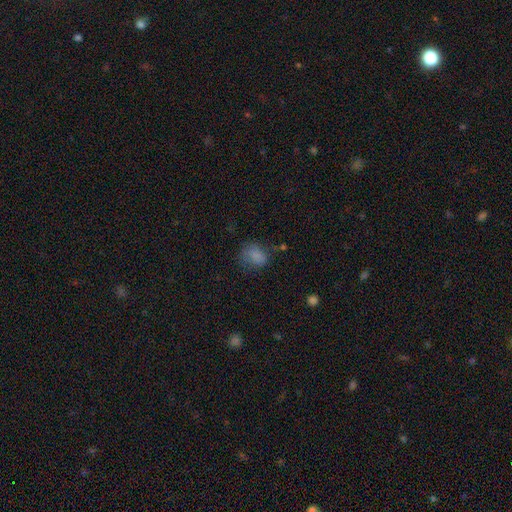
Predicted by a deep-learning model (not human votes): Smooth or featured?
  - smooth: 78% *
  - star or artifact: 13%
  - featured or disk: 9%
How rounded?
  - in between: 61% *
  - round: 38%
  - cigar-shaped: 1%
Merging?
  - none: 54% *
  - minor disturbance: 28%
  - major disturbance: 15%
  - merger: 3%